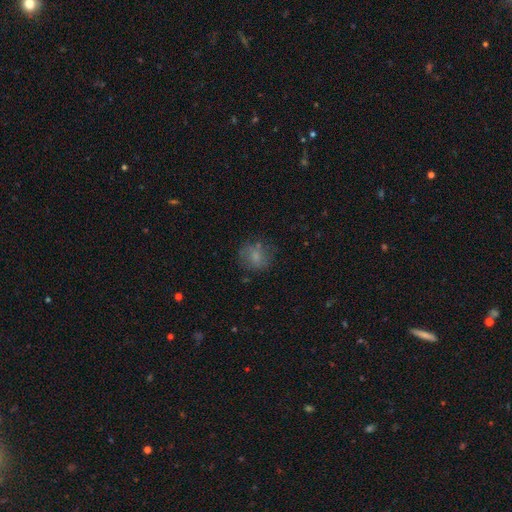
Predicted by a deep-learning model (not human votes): Smooth or featured: smooth — 71% (featured or disk — 18%)
How rounded: round — 73% (in between — 26%)
Merging: none — 66% (minor disturbance — 20%)